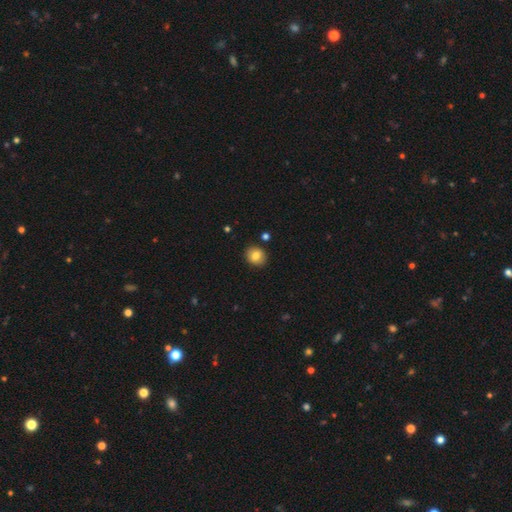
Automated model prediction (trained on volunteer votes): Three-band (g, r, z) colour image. It shows a smooth galaxy with no disk features (81%) that is round (72%). Merging: none (88%).